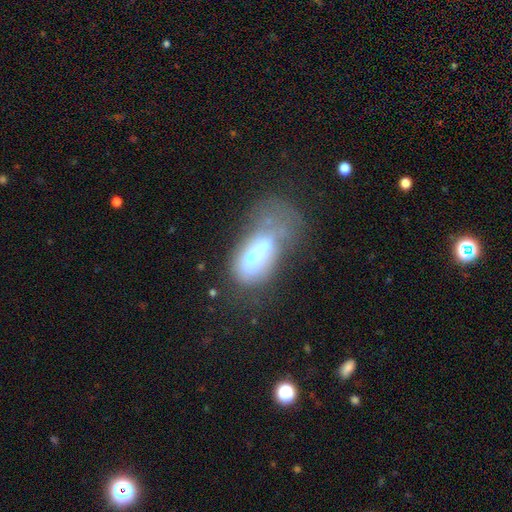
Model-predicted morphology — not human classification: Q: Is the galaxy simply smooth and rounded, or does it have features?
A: smooth — 50%.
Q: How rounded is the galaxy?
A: in between — 84%.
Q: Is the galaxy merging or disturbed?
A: major disturbance — 44%.